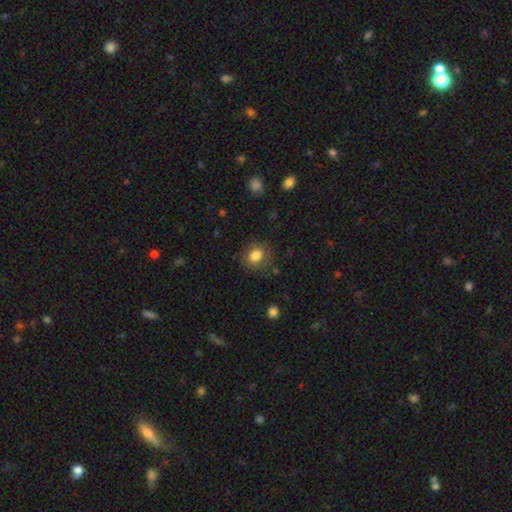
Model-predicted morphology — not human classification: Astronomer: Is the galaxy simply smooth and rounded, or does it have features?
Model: smooth — 83%.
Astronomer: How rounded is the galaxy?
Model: in between — 50% (runner-up: round, 49%).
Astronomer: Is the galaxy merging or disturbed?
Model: none — 79%.